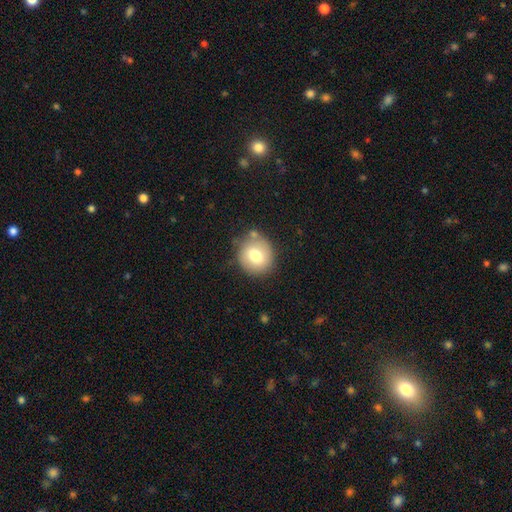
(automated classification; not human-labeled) smooth 74%, featured or disk 18%, star or artifact 8%. Down the decision tree: how rounded — round (79%); merging — none (75%).